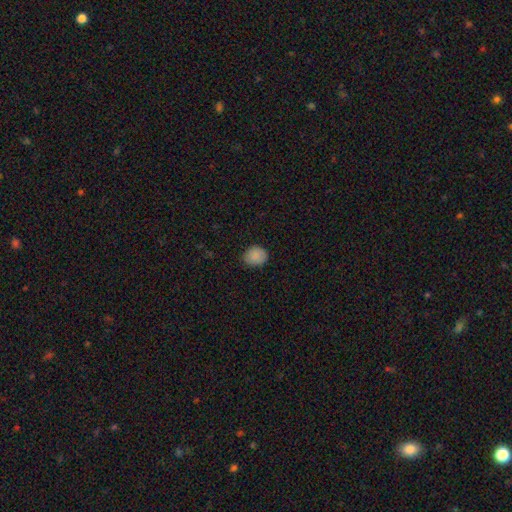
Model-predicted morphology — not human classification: Smooth or featured? smooth (88%)
How rounded? round (67%)
Merging? none (82%)